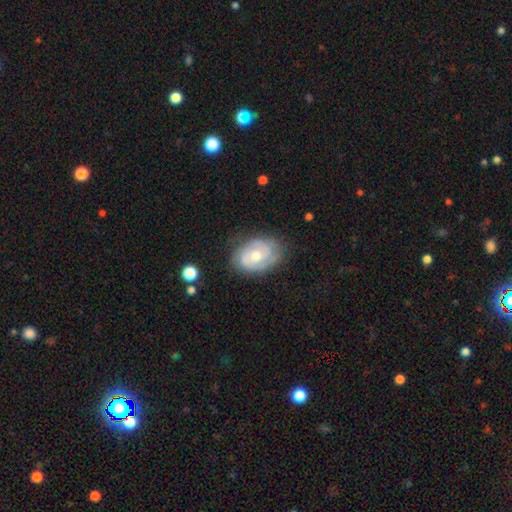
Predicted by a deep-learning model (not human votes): A featured or disk galaxy (75%) with no bar (65%), 2 (54%) tight (61%) spiral arms (87%) and a moderate central bulge (65%). Merging: none (74%).